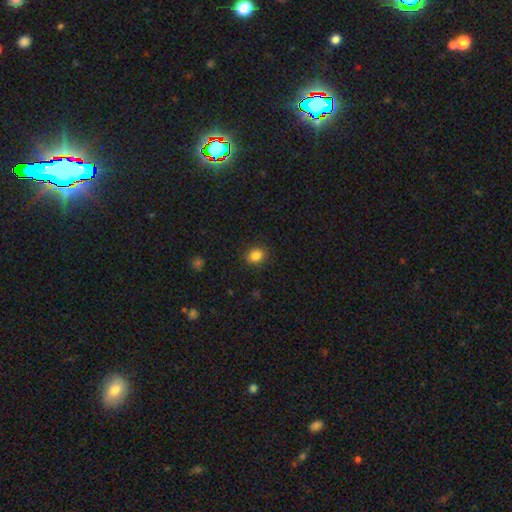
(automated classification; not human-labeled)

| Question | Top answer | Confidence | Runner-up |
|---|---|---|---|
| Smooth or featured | smooth | 85% | star or artifact (10%) |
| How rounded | round | 50% | in between (49%) |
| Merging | none | 87% | minor disturbance (9%) |